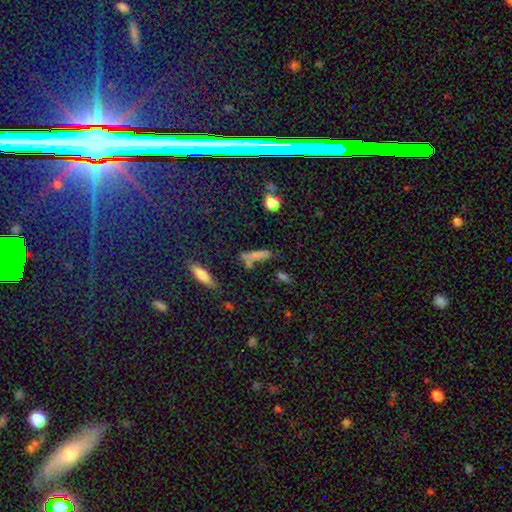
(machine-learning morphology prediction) type=smooth (67%); roundness=cigar-shaped (81%); merging=none (61%).